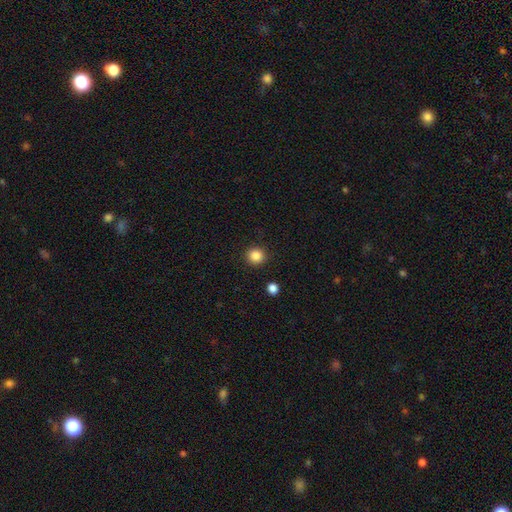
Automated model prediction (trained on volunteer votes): smooth-or-featured: smooth: 86% | star or artifact: 10% | featured or disk: 3%
  how-rounded: round: 93% | in between: 6% | cigar-shaped: 1%
  merging: none: 91% | minor disturbance: 5% | major disturbance: 2% | merger: 2%